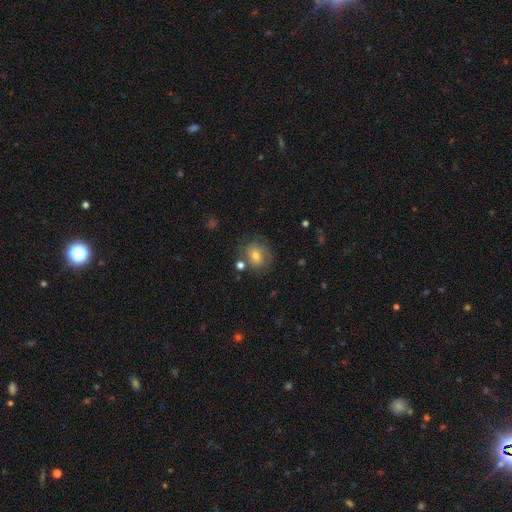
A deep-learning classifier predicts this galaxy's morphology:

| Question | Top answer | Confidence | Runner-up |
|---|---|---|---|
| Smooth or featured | smooth | 61% | featured or disk (28%) |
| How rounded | round | 67% | in between (32%) |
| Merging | none | 69% | minor disturbance (17%) |